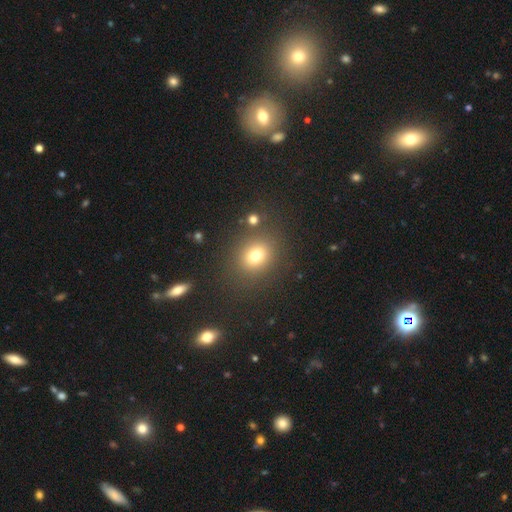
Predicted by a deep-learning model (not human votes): This appears to be a smooth galaxy with no disk features (75%) that is round (71%). Merging: none (83%).